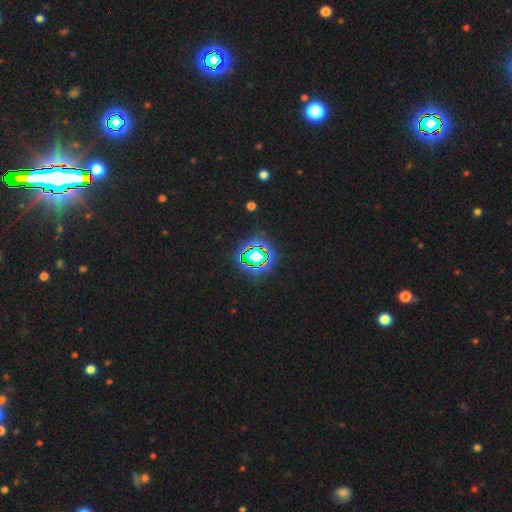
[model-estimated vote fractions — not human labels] Smooth or featured?
  - star or artifact: 73% *
  - smooth: 15%
  - featured or disk: 12%